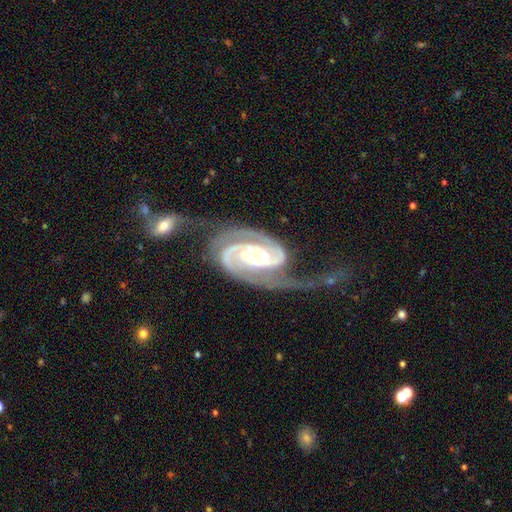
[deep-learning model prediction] The model was most divided on "merging": major disturbance: 33%, none: 31%, minor disturbance: 18%, merger: 18%. More confident: spiral arms — yes (99%); edge-on disk — no (98%); smooth or featured — featured or disk (94%); spiral arm count — 2 (87%); bulge size — small (65%); spiral winding — tight (54%); bar — no (52%).